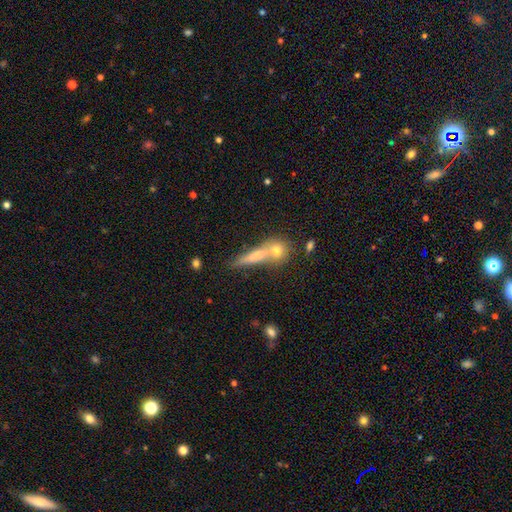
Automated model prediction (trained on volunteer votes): smooth-or-featured: smooth: 67% | featured or disk: 24% | star or artifact: 9%
  how-rounded: cigar-shaped: 74% | in between: 17% | round: 8%
  merging: none: 51% | merger: 29% | minor disturbance: 13% | major disturbance: 6%